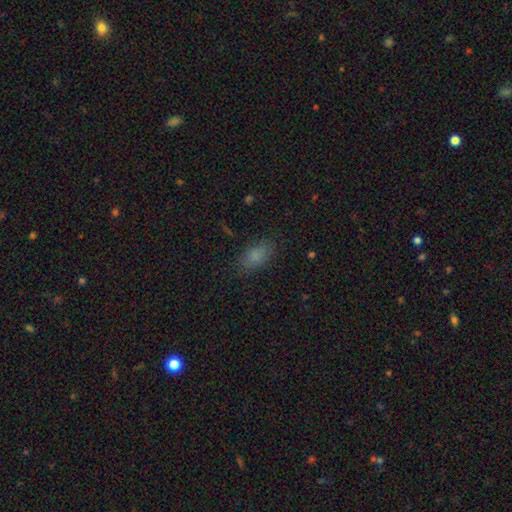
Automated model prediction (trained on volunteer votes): smooth_or_featured: smooth (p=0.81) [alt: star or artifact p=0.12]
how_rounded: in between (p=0.88) [alt: round p=0.06]
merging: none (p=0.82) [alt: minor disturbance p=0.13]